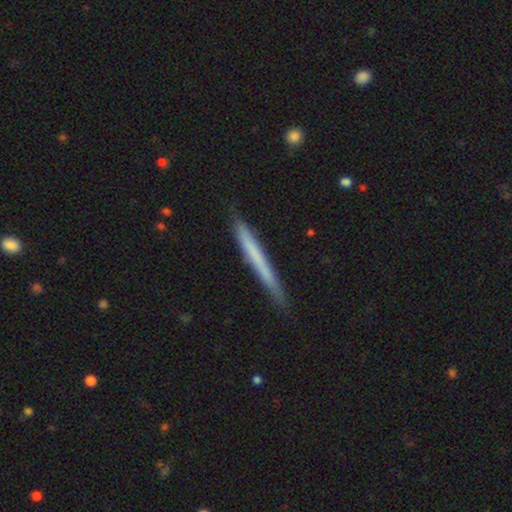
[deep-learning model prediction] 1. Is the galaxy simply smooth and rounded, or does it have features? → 57% smooth, 37% featured or disk, 6% star or artifact.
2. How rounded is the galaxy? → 97% cigar-shaped, 2% in between, 1% round.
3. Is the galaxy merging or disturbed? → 86% none, 11% minor disturbance, 2% major disturbance, 1% merger.